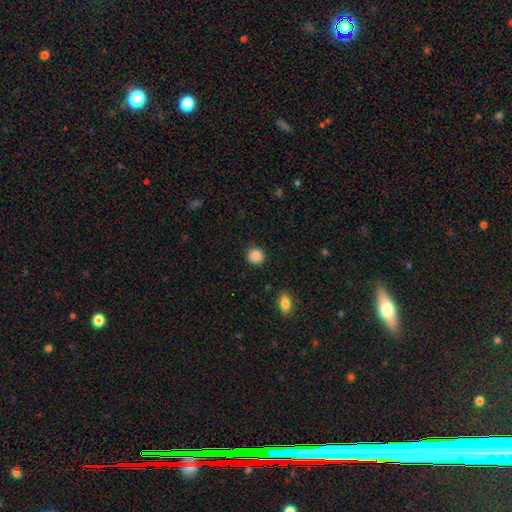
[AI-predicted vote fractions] A smooth galaxy with no disk features (88%) that is round (87%).

Vote fractions:
- Smooth or featured? smooth: 88% / star or artifact: 9% / featured or disk: 3%
- How rounded? round: 87% / in between: 12% / cigar-shaped: 1%
- Merging? none: 90% / minor disturbance: 7% / major disturbance: 2% / merger: 1%